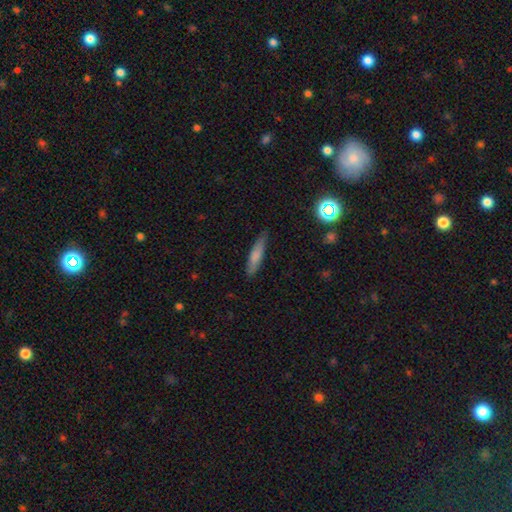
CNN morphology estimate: Smooth or featured? Predicted: smooth (p=0.74). How rounded? Predicted: cigar-shaped (p=0.79). Merging? Predicted: none (p=0.81).